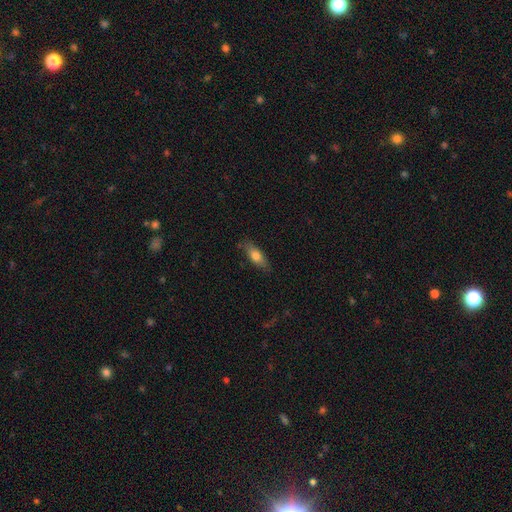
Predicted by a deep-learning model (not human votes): A smooth galaxy with no disk features (73%) that is in between round and cigar-shaped (66%).

Vote fractions:
- Smooth or featured? smooth: 73% / featured or disk: 21% / star or artifact: 7%
- How rounded? in between: 66% / cigar-shaped: 31% / round: 3%
- Merging? none: 82% / minor disturbance: 14% / major disturbance: 3% / merger: 1%